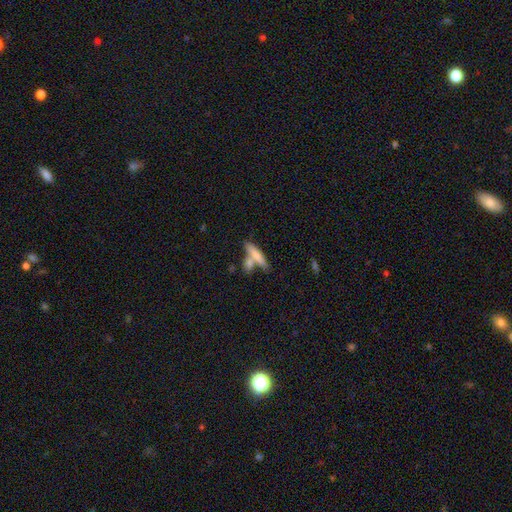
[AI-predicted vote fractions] This appears to be a smooth galaxy with no disk features (67%) that is cigar-shaped (77%). Merging: none (50%).